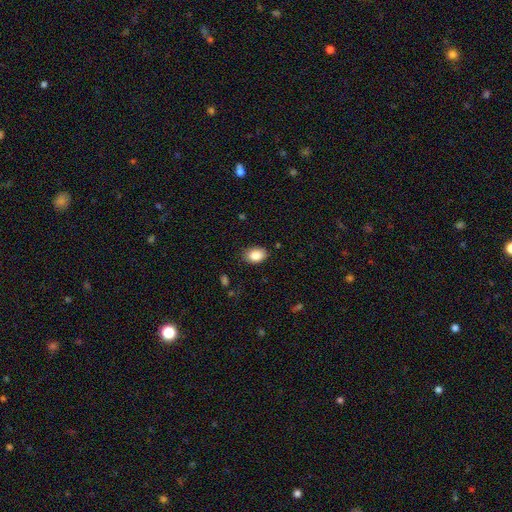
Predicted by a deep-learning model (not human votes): Q: Smooth or featured?
A: smooth (87%); runner-up: star or artifact (8%)
Q: How rounded?
A: in between (81%); runner-up: round (18%)
Q: Merging?
A: none (84%); runner-up: minor disturbance (12%)